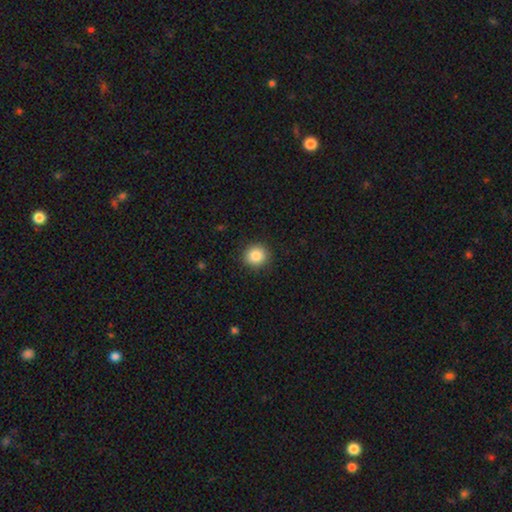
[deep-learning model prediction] Smooth or featured?
  - smooth: 86% *
  - star or artifact: 9%
  - featured or disk: 5%
How rounded?
  - round: 91% *
  - in between: 8%
  - cigar-shaped: 1%
Merging?
  - none: 90% *
  - minor disturbance: 7%
  - major disturbance: 2%
  - merger: 1%